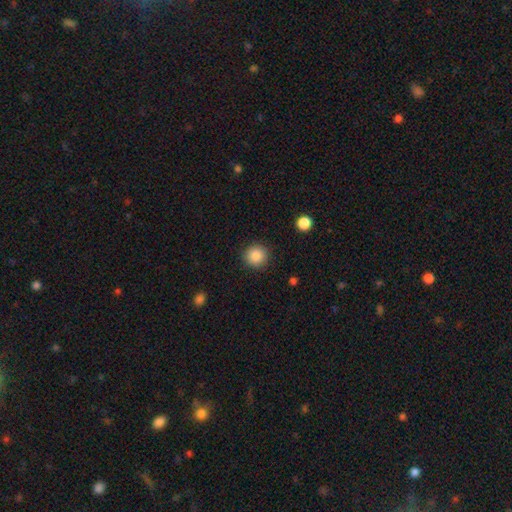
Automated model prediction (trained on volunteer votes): Q: Smooth or featured?
A: smooth (87%); runner-up: star or artifact (9%)
Q: How rounded?
A: round (93%); runner-up: in between (6%)
Q: Merging?
A: none (91%); runner-up: minor disturbance (6%)